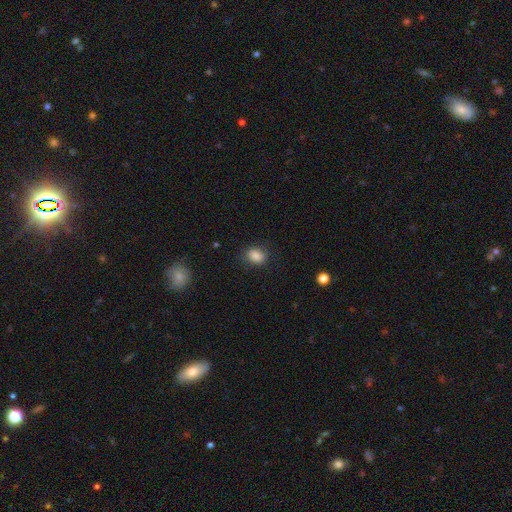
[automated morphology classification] Smooth or featured? Predicted: smooth (p=0.85). How rounded? Predicted: in between (p=0.60). Merging? Predicted: none (p=0.82).